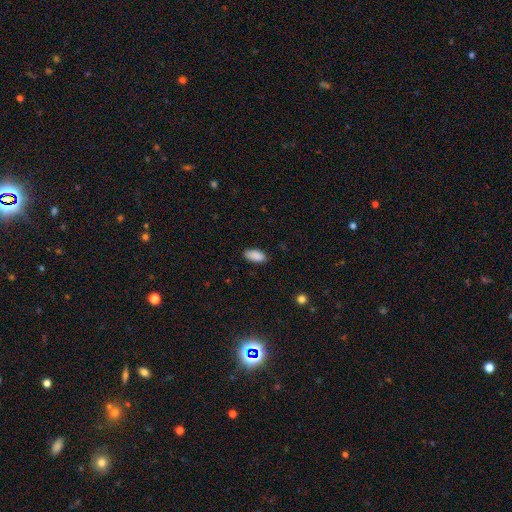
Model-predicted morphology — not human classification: Q: Smooth or featured?
A: smooth (90%); runner-up: star or artifact (7%)
Q: How rounded?
A: in between (89%); runner-up: cigar-shaped (9%)
Q: Merging?
A: none (85%); runner-up: minor disturbance (11%)